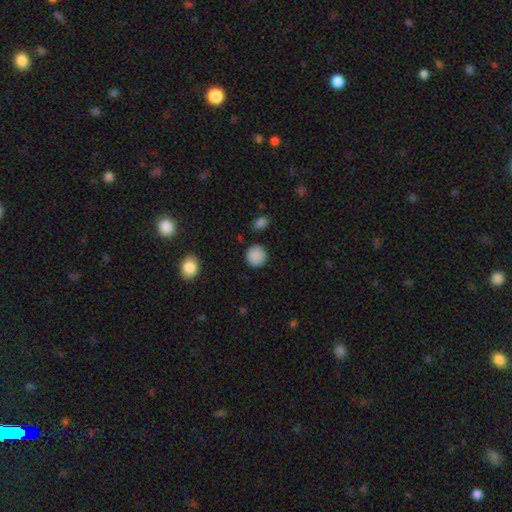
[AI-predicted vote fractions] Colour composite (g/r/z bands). It shows a smooth galaxy with no disk features (88%) that is round (91%). Merging: none (87%).